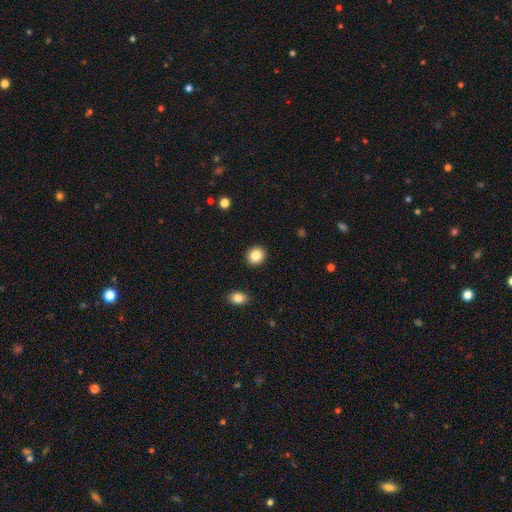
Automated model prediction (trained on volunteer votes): A smooth galaxy with no disk features (86%) that is round (84%). Merging: none (92%).